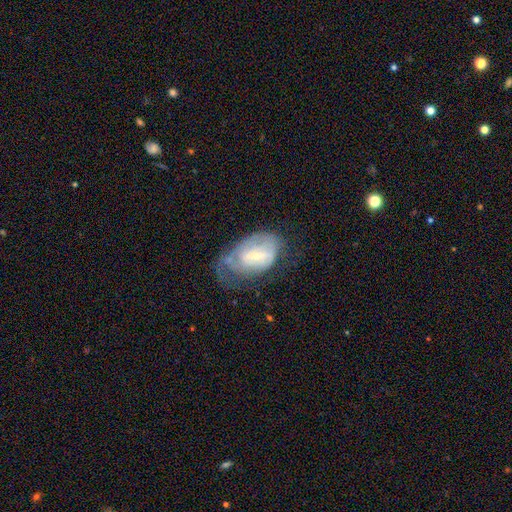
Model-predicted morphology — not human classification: A featured or disk galaxy (59%) with a weak bar (49%), spiral arms (62%) and a small central bulge (58%). Merging: minor disturbance (33%, tied with major disturbance).